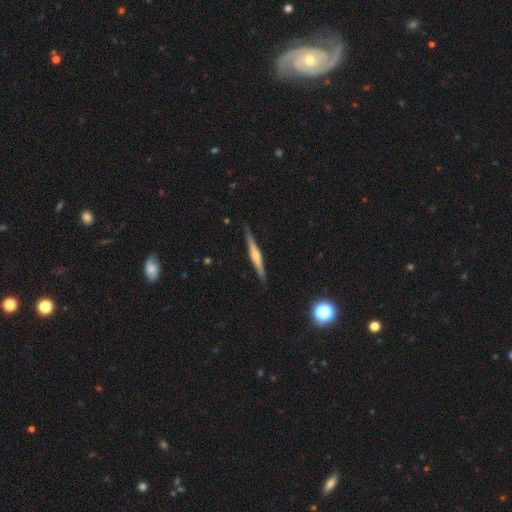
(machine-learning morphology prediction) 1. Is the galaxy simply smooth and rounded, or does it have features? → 65% featured or disk, 29% smooth, 6% star or artifact.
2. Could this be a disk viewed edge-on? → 98% yes, 2% no.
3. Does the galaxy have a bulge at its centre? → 68% rounded, 17% none, 15% boxy.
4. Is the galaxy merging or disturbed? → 88% none, 9% minor disturbance, 2% major disturbance, 1% merger.